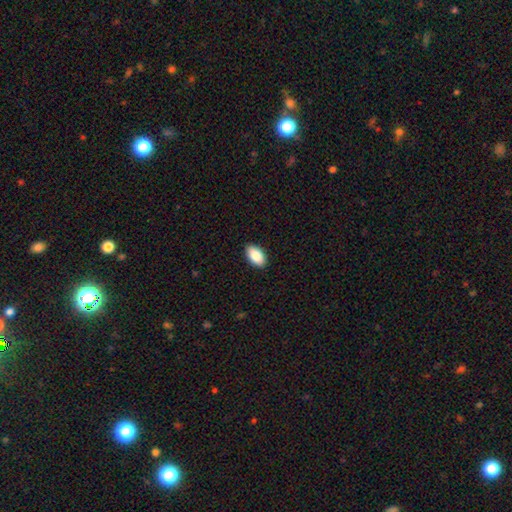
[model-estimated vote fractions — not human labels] smooth 89%, star or artifact 6%, featured or disk 5%. Down the decision tree: how rounded — in between (95%); merging — none (90%).